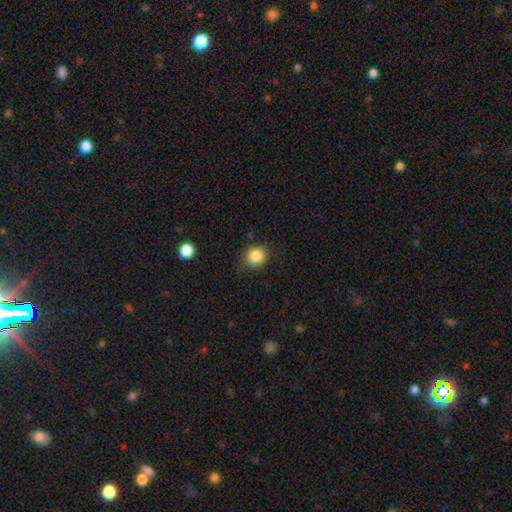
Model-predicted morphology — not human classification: This is clearly a smooth galaxy (85%). How rounded: clearly round (83%). Merging: clearly none (82%).